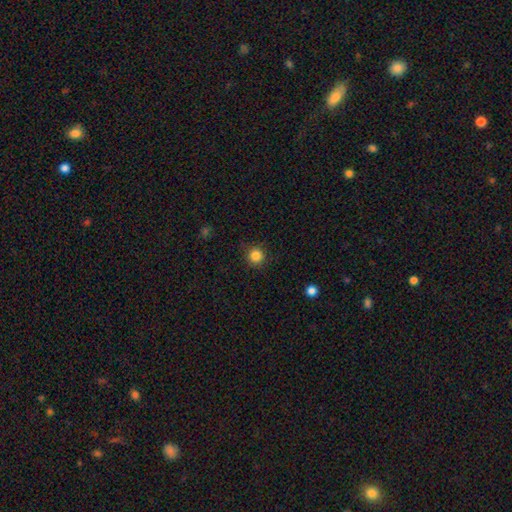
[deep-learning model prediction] smooth_or_featured: smooth (p=0.85) [alt: star or artifact p=0.11]
how_rounded: round (p=0.95) [alt: in between p=0.04]
merging: none (p=0.88) [alt: minor disturbance p=0.08]